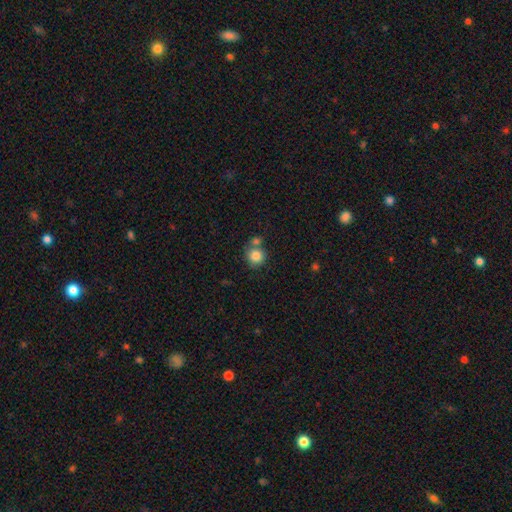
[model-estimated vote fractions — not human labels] Overall: smooth (84%). How rounded: round (90%). Merging: none (59%; merger 27%).